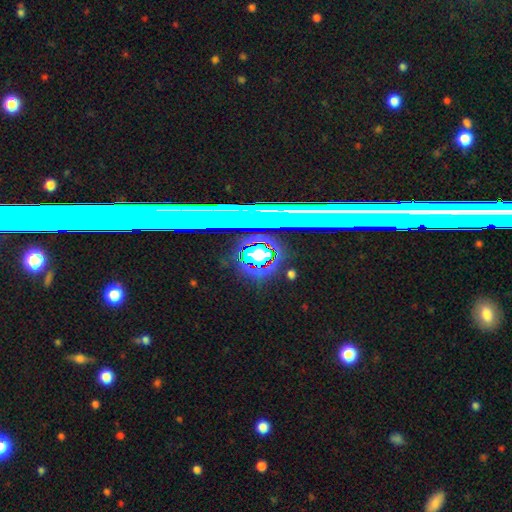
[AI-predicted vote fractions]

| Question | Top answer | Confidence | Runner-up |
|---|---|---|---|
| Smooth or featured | star or artifact | 63% | featured or disk (22%) |